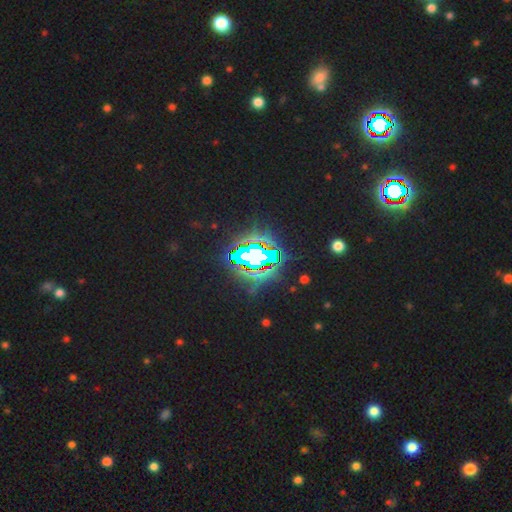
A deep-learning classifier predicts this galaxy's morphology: Smooth or featured? star or artifact (71%)